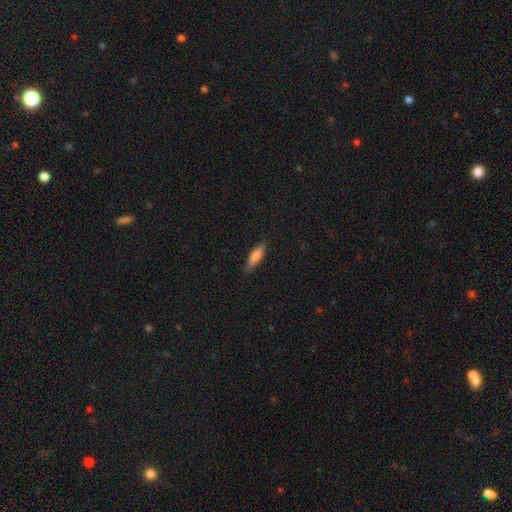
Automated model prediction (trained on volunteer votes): This is likely a smooth galaxy (72%). How rounded: possibly cigar-shaped (59%). Merging: clearly none (84%).